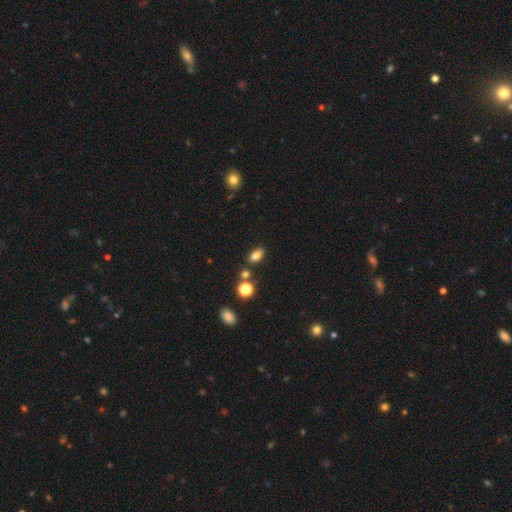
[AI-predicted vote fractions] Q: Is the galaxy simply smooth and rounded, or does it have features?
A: smooth — 80%.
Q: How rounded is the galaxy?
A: in between — 82%.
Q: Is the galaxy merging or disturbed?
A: none — 76%.